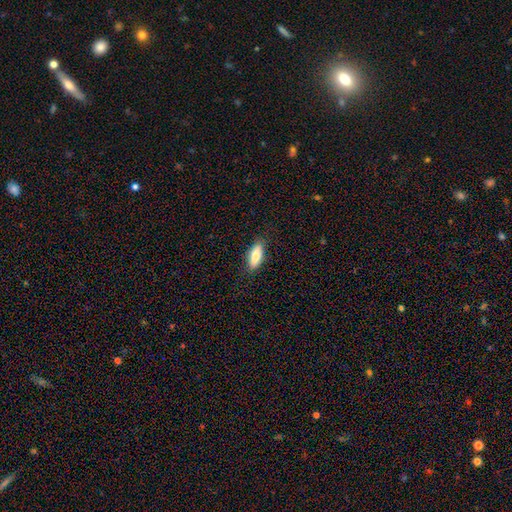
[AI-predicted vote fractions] smooth-or-featured: smooth: 80% | featured or disk: 14% | star or artifact: 6%
  how-rounded: in between: 66% | cigar-shaped: 32% | round: 2%
  merging: none: 83% | minor disturbance: 13% | major disturbance: 3% | merger: 1%